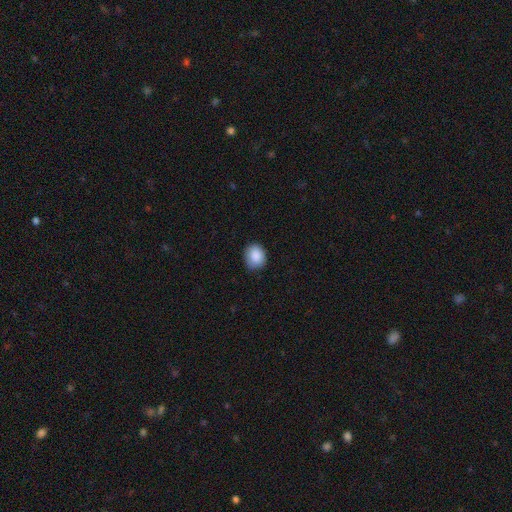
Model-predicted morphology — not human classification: Smooth or featured: smooth — 89% (star or artifact — 8%)
How rounded: round — 56% (in between — 43%)
Merging: none — 82% (minor disturbance — 14%)